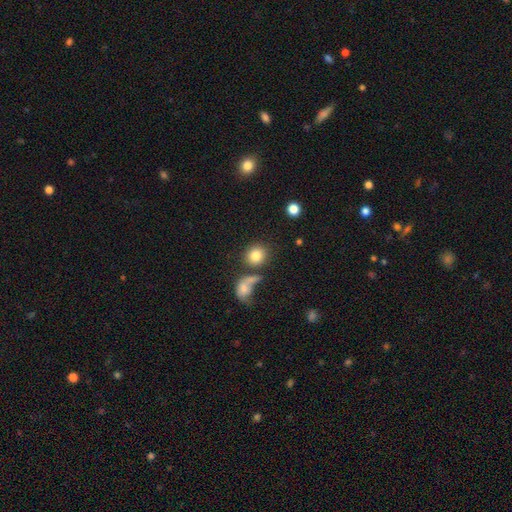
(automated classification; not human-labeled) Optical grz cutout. It shows a smooth galaxy with no disk features (82%) that is round (79%). Merging: none (59%).